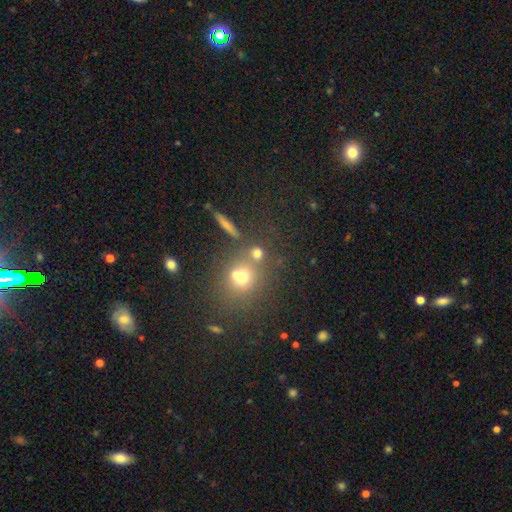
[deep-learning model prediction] smooth 59%, star or artifact 24%, featured or disk 17%. Down the decision tree: how rounded — round (76%); merging — none (59%).